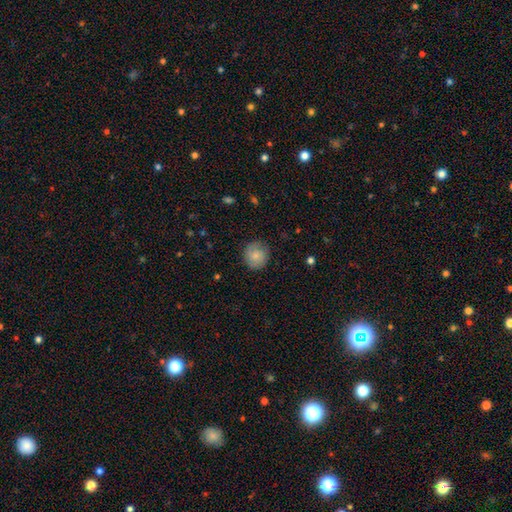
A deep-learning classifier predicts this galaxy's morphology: smooth 76%, featured or disk 17%, star or artifact 7%. Down the decision tree: how rounded — round (89%); merging — none (82%).